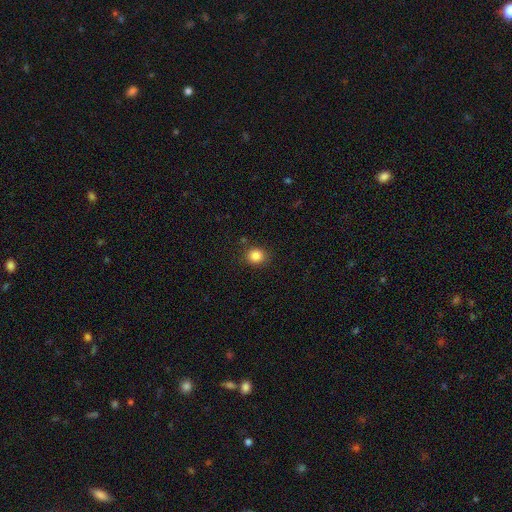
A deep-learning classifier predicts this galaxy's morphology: smooth-or-featured: smooth: 85% | star or artifact: 11% | featured or disk: 4%
  how-rounded: round: 79% | in between: 20% | cigar-shaped: 1%
  merging: none: 86% | minor disturbance: 9% | major disturbance: 3% | merger: 2%